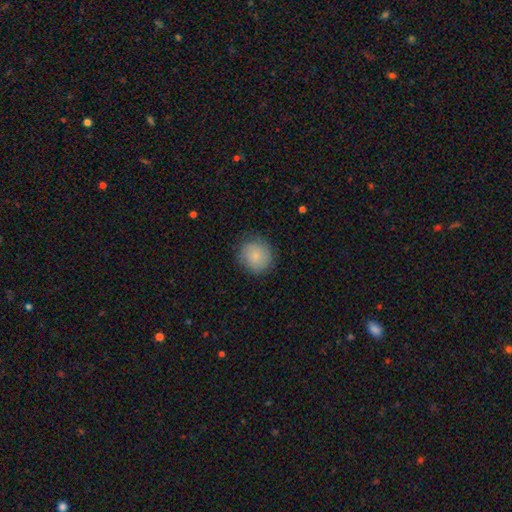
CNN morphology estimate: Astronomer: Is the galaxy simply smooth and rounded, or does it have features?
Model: smooth — 83%.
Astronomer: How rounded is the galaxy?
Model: round — 89%.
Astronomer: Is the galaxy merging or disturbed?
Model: none — 82%.